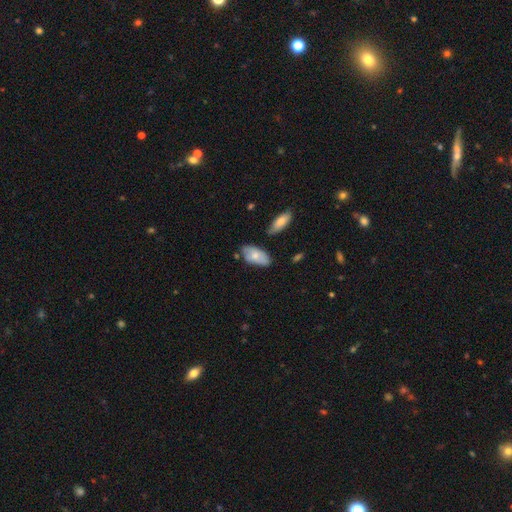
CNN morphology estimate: The model was most divided on "merging": none: 62%, minor disturbance: 28%, merger: 6%, major disturbance: 5%. More confident: how rounded — in between (93%); smooth or featured — smooth (70%).